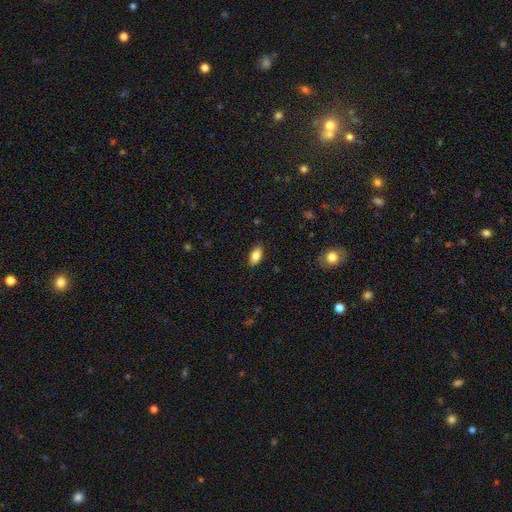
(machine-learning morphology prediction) A smooth galaxy with no disk features (82%) that is in between round and cigar-shaped (89%).

Vote fractions:
- Smooth or featured? smooth: 82% / featured or disk: 10% / star or artifact: 7%
- How rounded? in between: 89% / cigar-shaped: 7% / round: 4%
- Merging? none: 86% / minor disturbance: 10% / major disturbance: 2% / merger: 1%